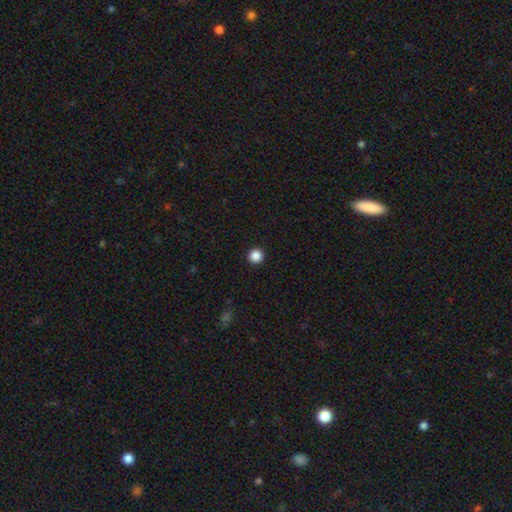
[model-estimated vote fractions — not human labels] Smooth or featured?
  - smooth: 87% *
  - star or artifact: 11%
  - featured or disk: 3%
How rounded?
  - round: 96% *
  - in between: 3%
  - cigar-shaped: 1%
Merging?
  - none: 94% *
  - minor disturbance: 4%
  - major disturbance: 1%
  - merger: 1%